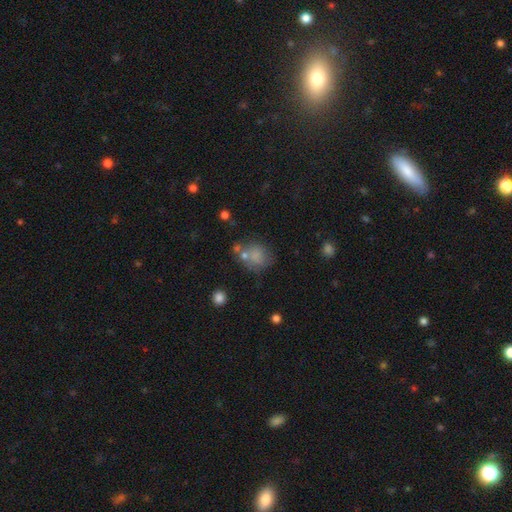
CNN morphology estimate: smooth_or_featured: smooth (p=0.71) [alt: featured or disk p=0.15]
how_rounded: round (p=0.65) [alt: in between p=0.34]
merging: none (p=0.49) [alt: minor disturbance p=0.22]